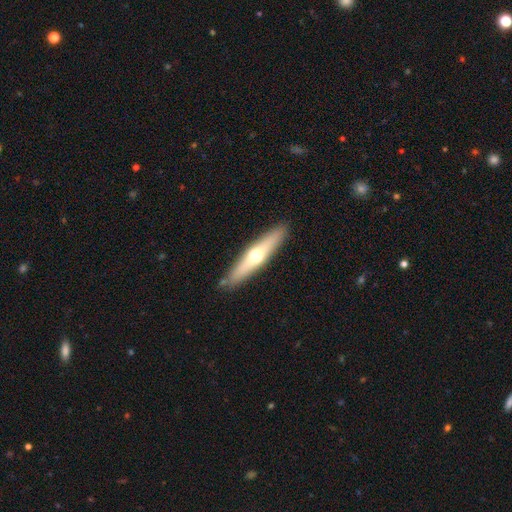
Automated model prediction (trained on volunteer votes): This is possibly a featured or disk galaxy (50%). Merging: clearly none (87%).